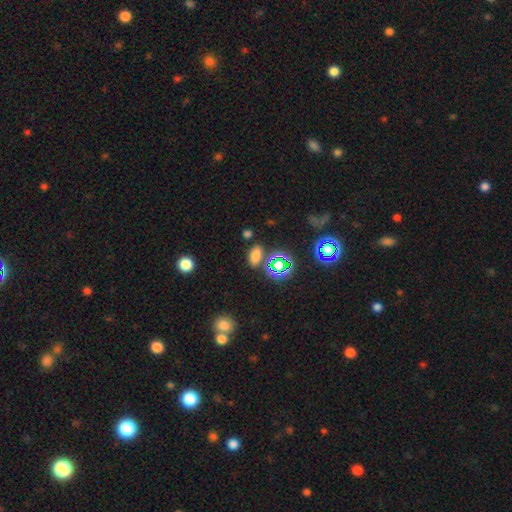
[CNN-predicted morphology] Overall: smooth (65%; star or artifact 27%). How rounded: in between (85%). Merging: none (78%).